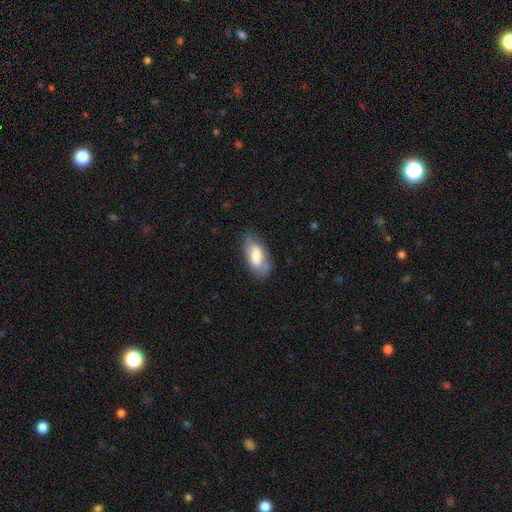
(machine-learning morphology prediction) A smooth galaxy with no disk features (59%) that is in between round and cigar-shaped (89%).

Vote fractions:
- Smooth or featured? smooth: 59% / featured or disk: 34% / star or artifact: 7%
- How rounded? in between: 89% / cigar-shaped: 9% / round: 3%
- Merging? none: 70% / minor disturbance: 22% / major disturbance: 6% / merger: 2%